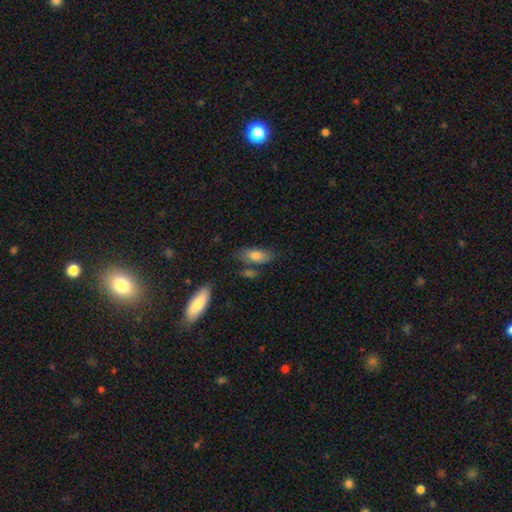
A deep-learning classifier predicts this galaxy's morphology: The model was most divided on "merging": none: 62%, minor disturbance: 18%, merger: 13%, major disturbance: 6%. More confident: how rounded — in between (81%); smooth or featured — smooth (78%).